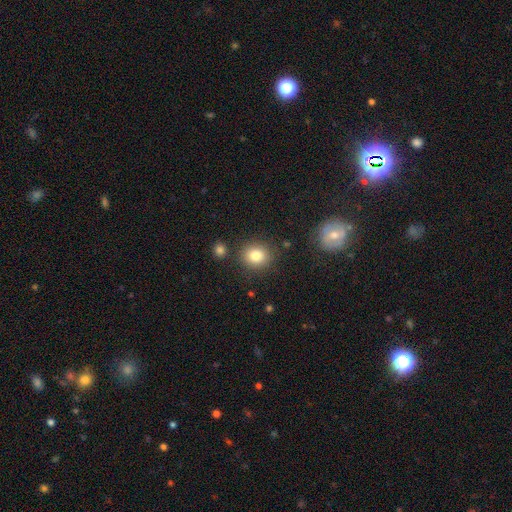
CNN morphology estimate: smooth 82%, star or artifact 11%, featured or disk 8%. Down the decision tree: how rounded — round (79%); merging — none (84%).